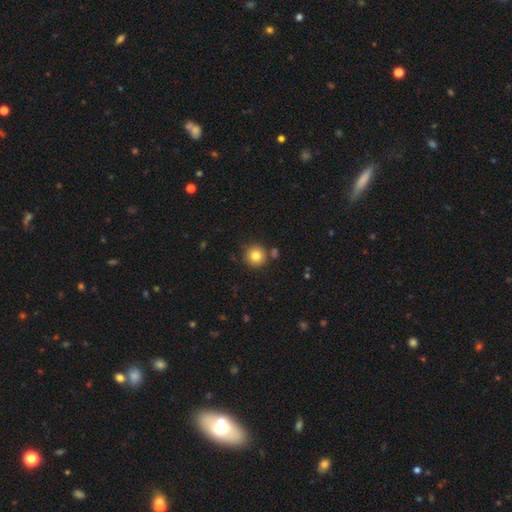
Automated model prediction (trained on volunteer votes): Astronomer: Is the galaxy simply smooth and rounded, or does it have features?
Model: smooth — 82%.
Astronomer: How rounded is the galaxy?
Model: round — 95%.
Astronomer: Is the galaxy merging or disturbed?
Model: none — 83%.